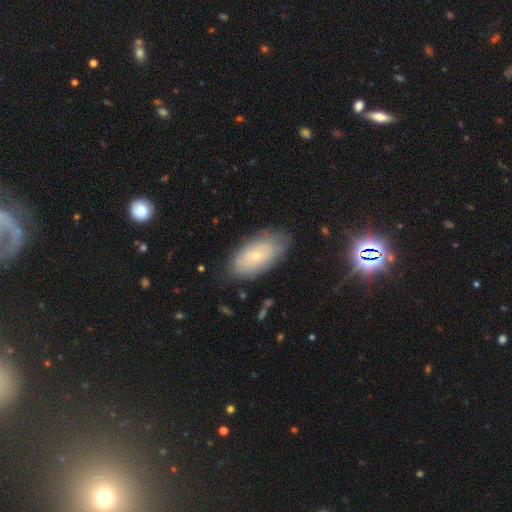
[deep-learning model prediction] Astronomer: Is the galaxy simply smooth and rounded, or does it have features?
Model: smooth — 46%, tied with featured or disk at 46%.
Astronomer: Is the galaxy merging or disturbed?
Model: none — 75%.